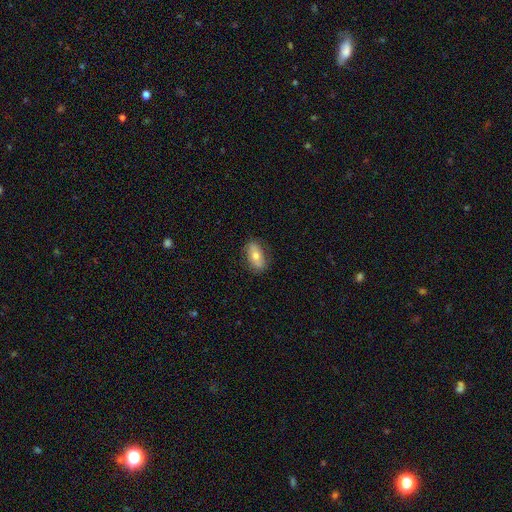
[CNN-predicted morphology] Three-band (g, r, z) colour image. It shows a smooth galaxy with no disk features (64%) that is in between round and cigar-shaped (86%). Merging: none (83%).